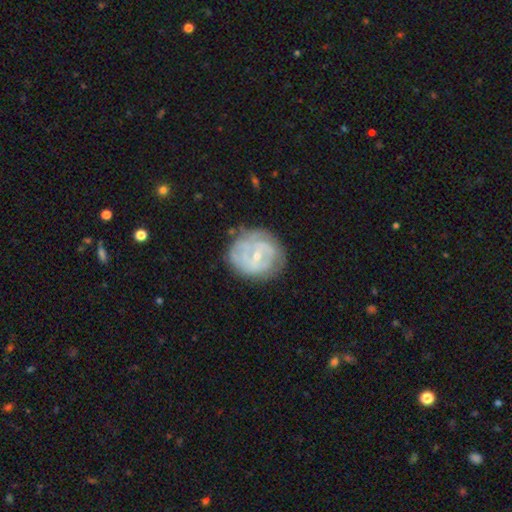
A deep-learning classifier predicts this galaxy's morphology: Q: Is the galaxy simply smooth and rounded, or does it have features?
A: featured or disk — 70%.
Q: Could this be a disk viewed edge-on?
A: no — 98%.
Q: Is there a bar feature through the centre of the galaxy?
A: weak — 45%.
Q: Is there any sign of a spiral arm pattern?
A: yes — 72%.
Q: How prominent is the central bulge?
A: small — 68%.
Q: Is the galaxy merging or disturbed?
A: none — 65%.